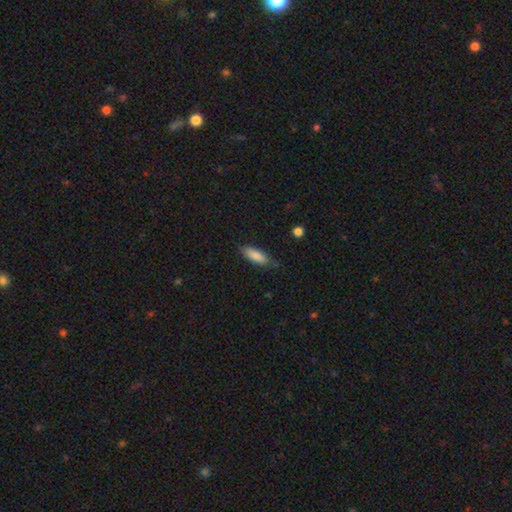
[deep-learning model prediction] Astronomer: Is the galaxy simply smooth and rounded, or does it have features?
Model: smooth — 85%.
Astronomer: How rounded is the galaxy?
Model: in between — 62%.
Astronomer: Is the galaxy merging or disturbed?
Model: none — 77%.